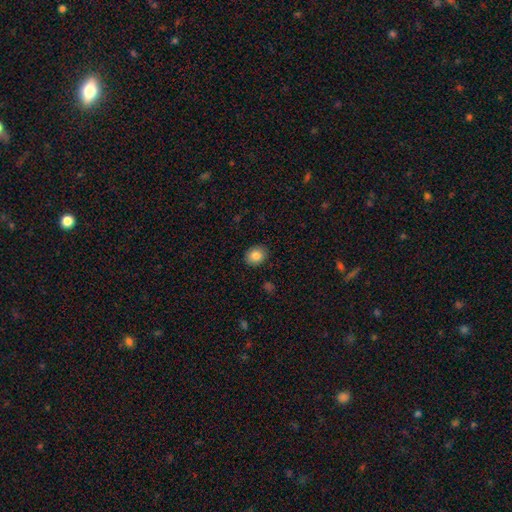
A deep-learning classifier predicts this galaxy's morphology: type=smooth (84%); roundness=round (55%); merging=none (89%).